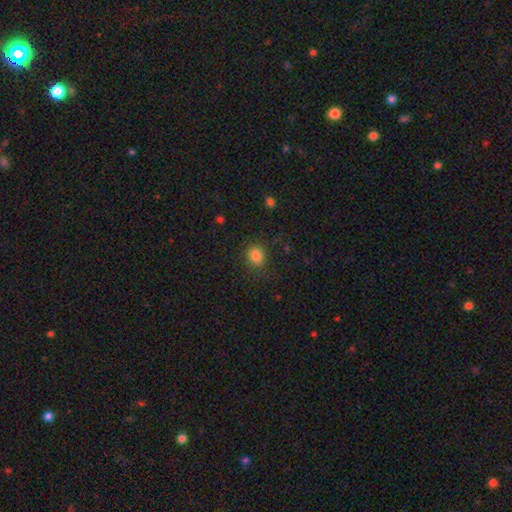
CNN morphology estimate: This appears to be a smooth galaxy with no disk features (83%) that is round (72%). Merging: none (81%).